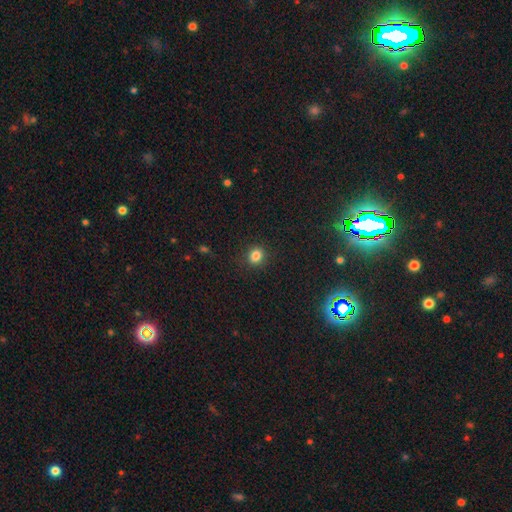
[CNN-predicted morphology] Smooth or featured? Predicted: smooth (p=0.84). How rounded? Predicted: round (p=0.72). Merging? Predicted: none (p=0.88).